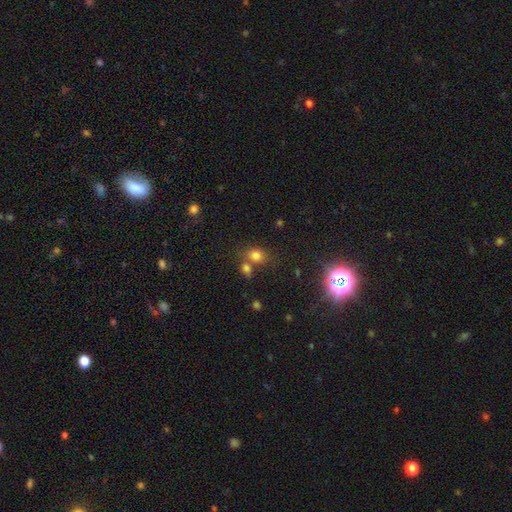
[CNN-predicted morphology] smooth_or_featured: smooth (p=0.75) [alt: star or artifact p=0.17]
how_rounded: in between (p=0.53) [alt: round p=0.46]
merging: none (p=0.51) [alt: merger p=0.32]